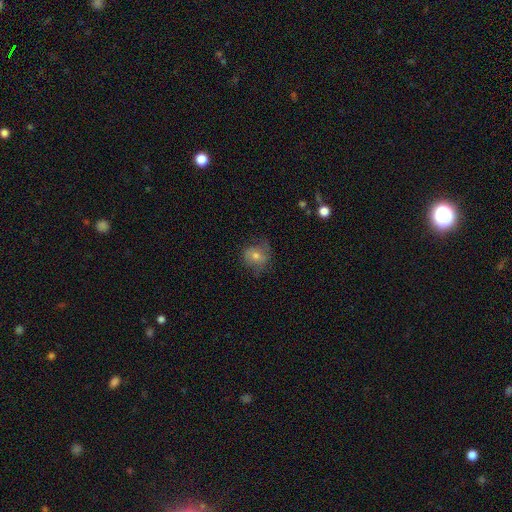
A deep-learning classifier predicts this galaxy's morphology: The model was most divided on "smooth or featured": smooth: 56%, featured or disk: 31%, star or artifact: 13%. More confident: how rounded — round (74%); merging — none (66%).